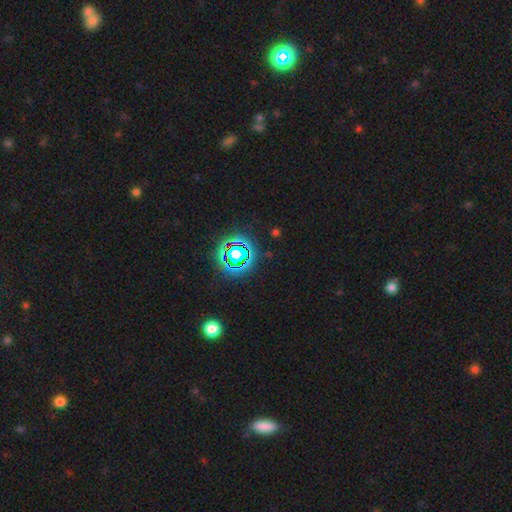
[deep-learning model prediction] Overall: star or artifact (69%).